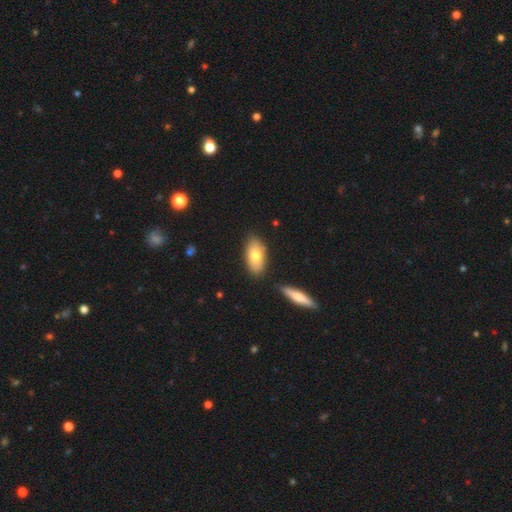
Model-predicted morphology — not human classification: smooth_or_featured: smooth (p=0.73) [alt: featured or disk p=0.21]
how_rounded: in between (p=0.89) [alt: cigar-shaped p=0.07]
merging: none (p=0.80) [alt: minor disturbance p=0.12]